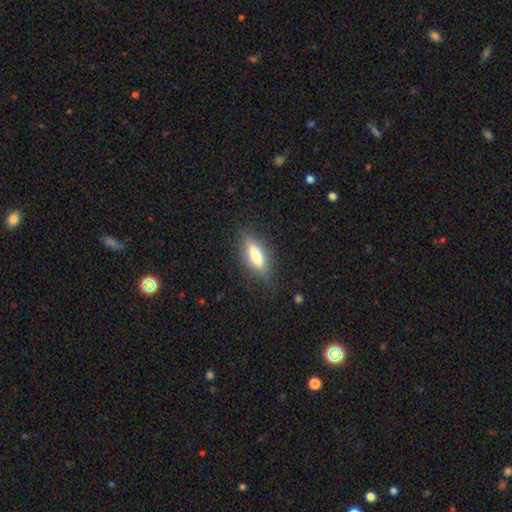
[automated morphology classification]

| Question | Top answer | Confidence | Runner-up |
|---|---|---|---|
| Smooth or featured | smooth | 59% | featured or disk (33%) |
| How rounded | cigar-shaped | 50% | in between (47%) |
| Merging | none | 81% | minor disturbance (13%) |